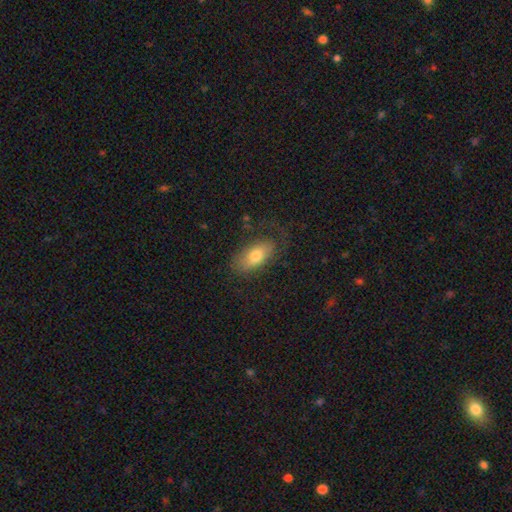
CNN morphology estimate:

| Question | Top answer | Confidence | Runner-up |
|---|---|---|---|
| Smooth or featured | smooth | 70% | featured or disk (23%) |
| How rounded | in between | 90% | cigar-shaped (6%) |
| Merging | none | 64% | minor disturbance (21%) |